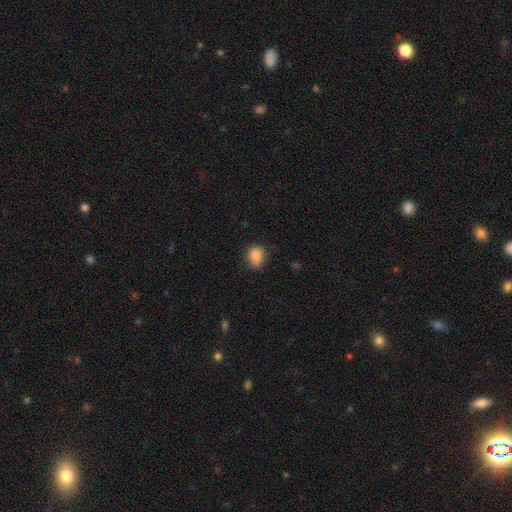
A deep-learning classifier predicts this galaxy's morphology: The model was most divided on "how rounded": in between: 50%, round: 49%, cigar-shaped: 1%. More confident: smooth or featured — smooth (88%); merging — none (77%).